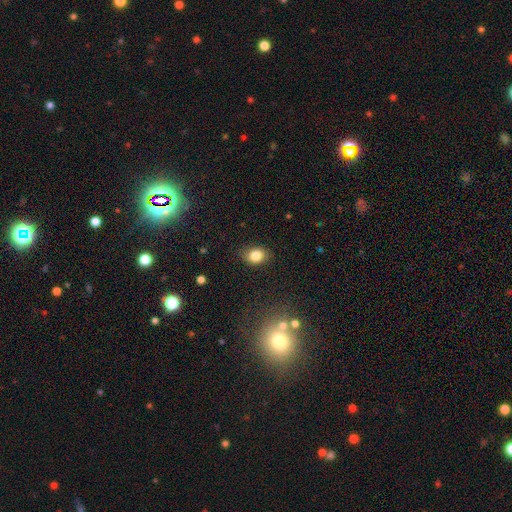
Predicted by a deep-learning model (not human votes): smooth-or-featured: smooth: 82% | star or artifact: 11% | featured or disk: 7%
  how-rounded: in between: 57% | round: 42% | cigar-shaped: 1%
  merging: none: 83% | minor disturbance: 13% | major disturbance: 3% | merger: 1%